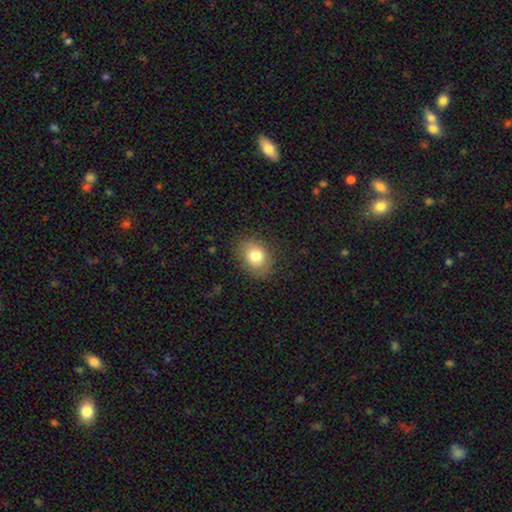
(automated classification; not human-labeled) smooth_or_featured: smooth (p=0.80) [alt: featured or disk p=0.11]
how_rounded: in between (p=0.57) [alt: round p=0.42]
merging: none (p=0.81) [alt: minor disturbance p=0.13]